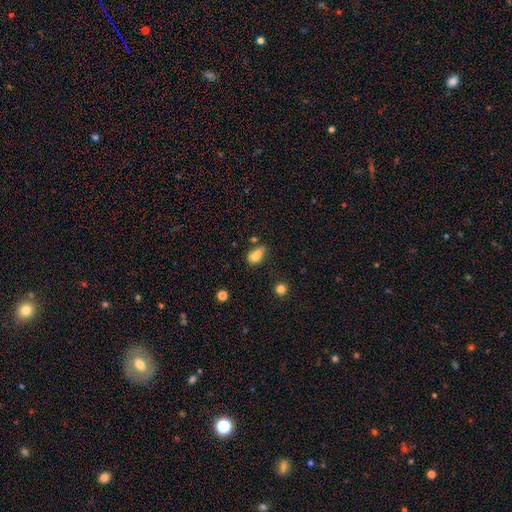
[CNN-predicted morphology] Smooth or featured? smooth (72%)
How rounded? in between (77%)
Merging? merger (39%)